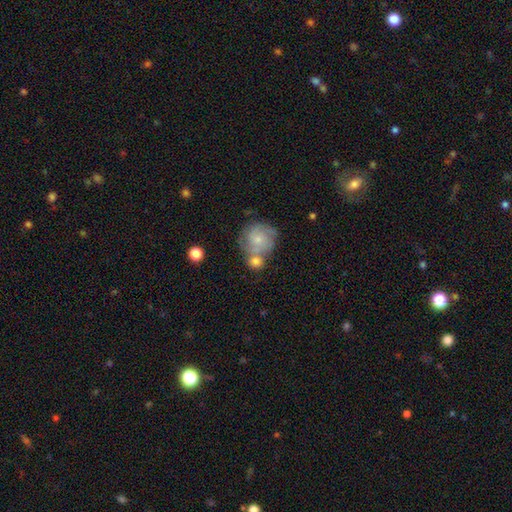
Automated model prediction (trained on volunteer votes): smooth-or-featured: featured or disk: 51% | smooth: 40% | star or artifact: 10%
  disk-edge-on: no: 97% | yes: 3%
  merging: none: 48% | merger: 30% | minor disturbance: 16% | major disturbance: 6%